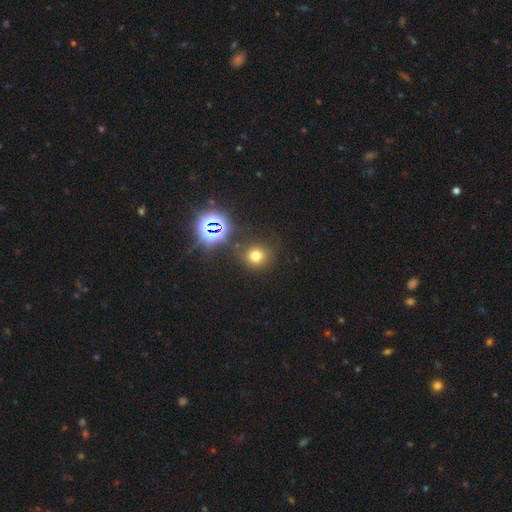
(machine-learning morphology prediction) This appears to be a smooth galaxy with no disk features (67%) that is round (86%). Merging: none (80%).